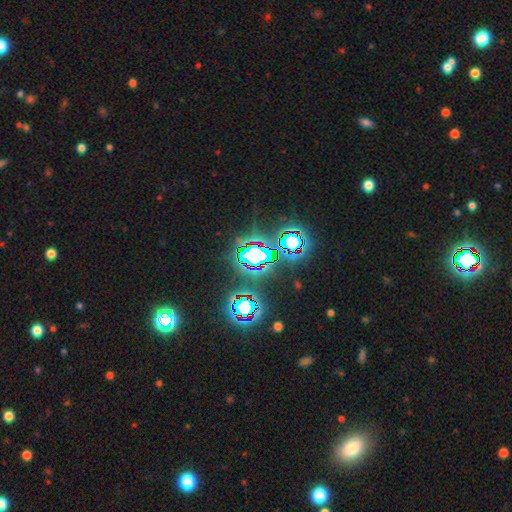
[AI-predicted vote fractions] Smooth or featured? Predicted: star or artifact (p=0.77).